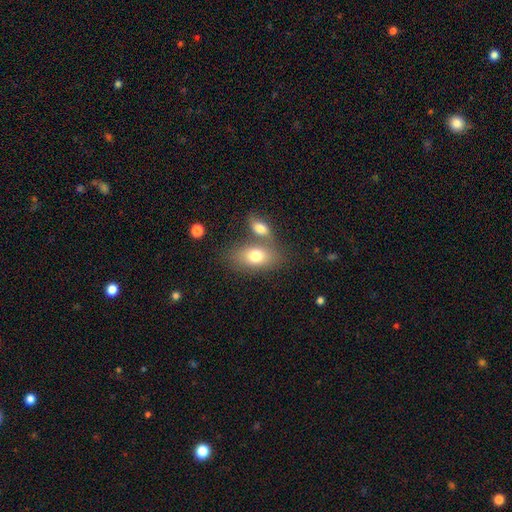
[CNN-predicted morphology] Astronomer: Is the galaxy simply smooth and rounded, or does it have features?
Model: smooth — 76%.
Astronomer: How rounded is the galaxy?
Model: in between — 86%.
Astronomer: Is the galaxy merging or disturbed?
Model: none — 46% (runner-up: merger, 39%).